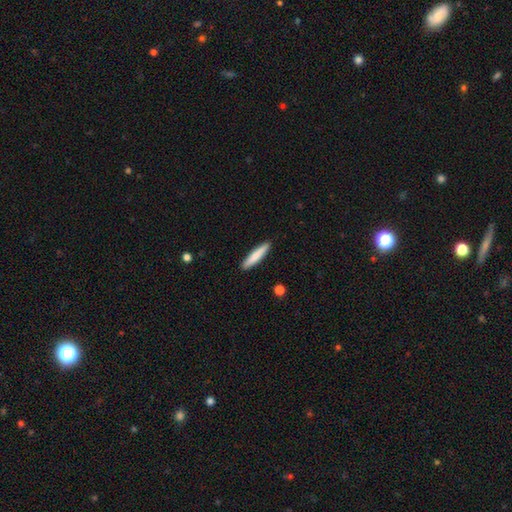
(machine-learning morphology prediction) type=smooth (78%); roundness=cigar-shaped (91%); merging=none (91%).